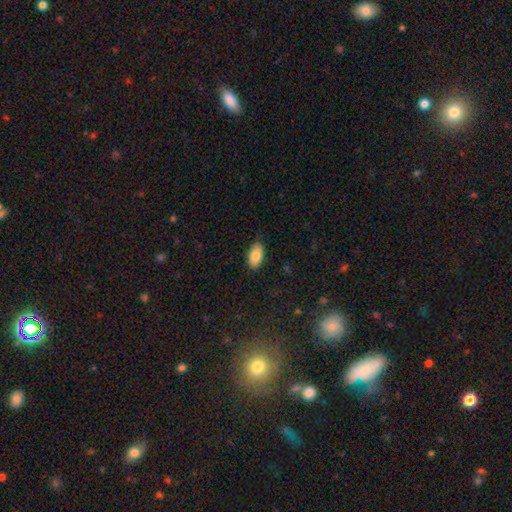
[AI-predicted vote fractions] smooth 85%, featured or disk 8%, star or artifact 7%. Down the decision tree: how rounded — in between (94%); merging — none (84%).